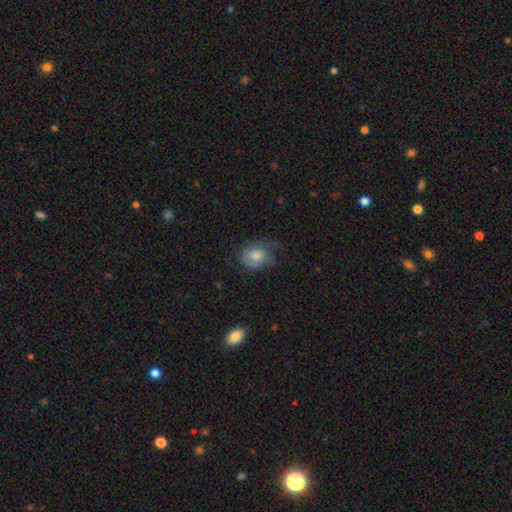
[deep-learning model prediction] Morphology: type=smooth (60%); roundness=round (52%); merging=none (52%).